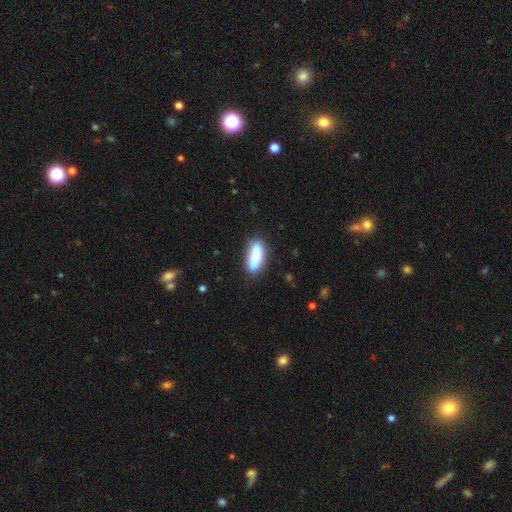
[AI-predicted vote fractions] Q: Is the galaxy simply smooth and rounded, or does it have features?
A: smooth — 80%.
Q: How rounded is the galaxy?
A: in between — 67%.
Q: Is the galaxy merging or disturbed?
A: none — 74%.